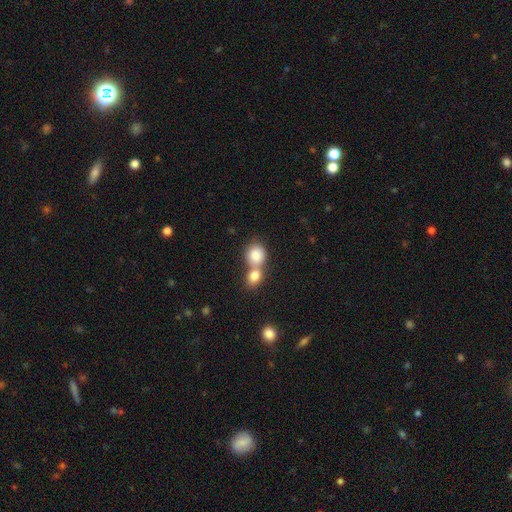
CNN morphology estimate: smooth-or-featured: smooth: 82% | featured or disk: 9% | star or artifact: 8%
  how-rounded: round: 74% | in between: 25% | cigar-shaped: 1%
  merging: merger: 61% | none: 30% | minor disturbance: 6% | major disturbance: 3%